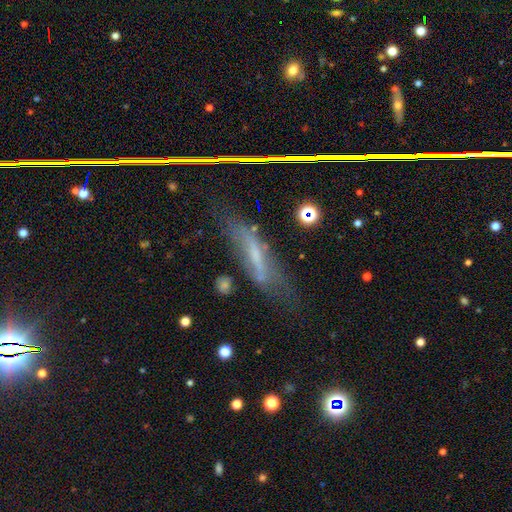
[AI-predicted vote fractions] A featured or disk galaxy (52%) viewed edge-on (57%).

Vote fractions:
- Smooth or featured? featured or disk: 52% / smooth: 31% / star or artifact: 17%
- Edge-on disk? yes: 57% / no: 43%
- Merging? none: 55% / minor disturbance: 25% / major disturbance: 15% / merger: 4%